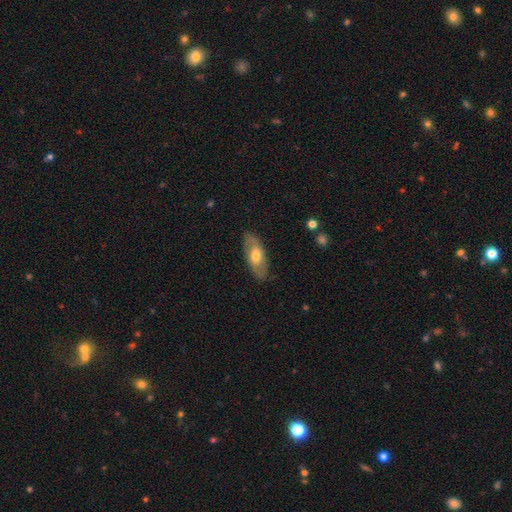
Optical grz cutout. It shows a smooth galaxy with no disk features (63%) that is in between round and cigar-shaped (88%). Merging: none (81%).